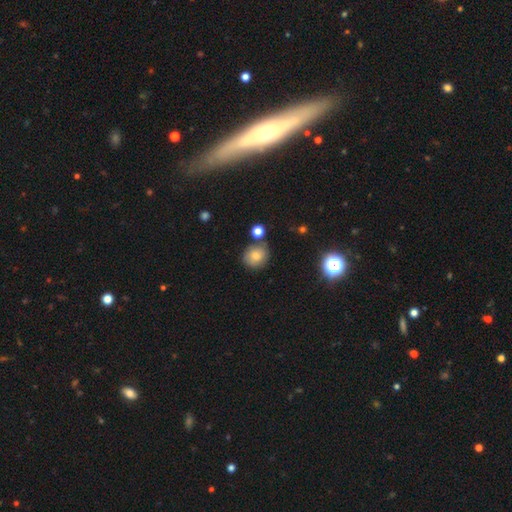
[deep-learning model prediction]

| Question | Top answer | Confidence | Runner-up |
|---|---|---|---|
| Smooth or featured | smooth | 78% | star or artifact (12%) |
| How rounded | round | 80% | in between (19%) |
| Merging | none | 74% | minor disturbance (14%) |